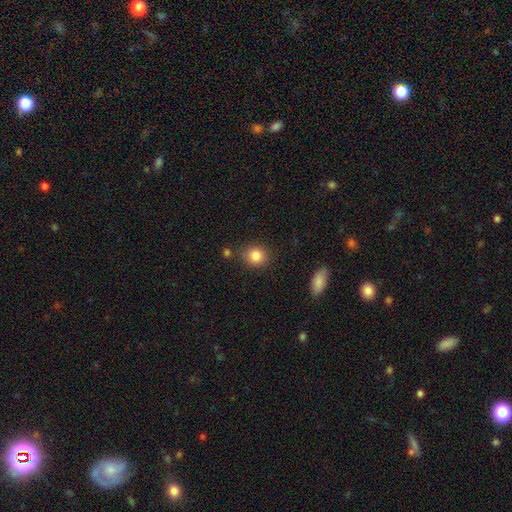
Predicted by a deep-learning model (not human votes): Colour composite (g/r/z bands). It shows a smooth galaxy with no disk features (85%) that is round (77%). Merging: none (80%).